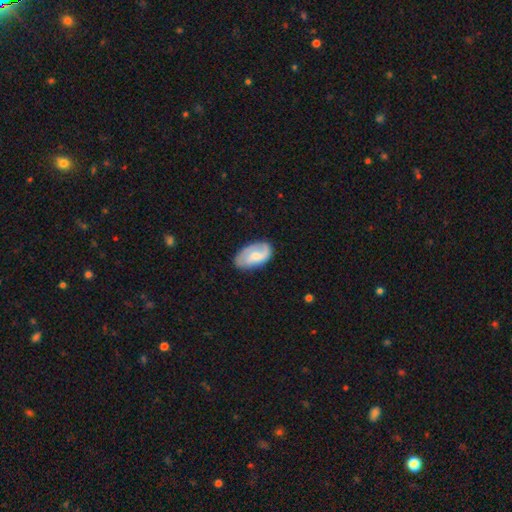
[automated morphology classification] A smooth galaxy with no disk features (50%). Merging: none (69%).